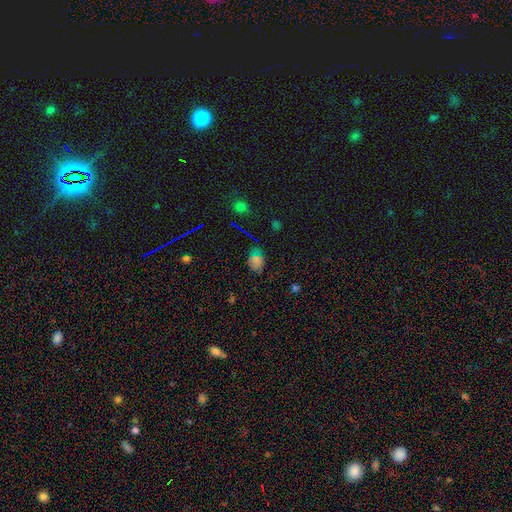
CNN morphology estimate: smooth 58%, star or artifact 32%, featured or disk 11%. Down the decision tree: how rounded — in between (64%); merging — none (69%).